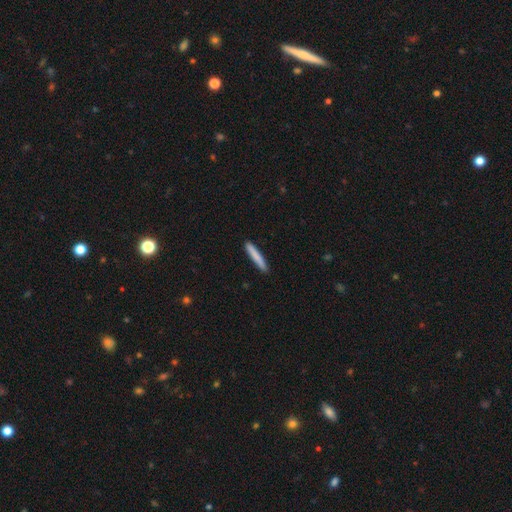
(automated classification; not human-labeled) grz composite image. It shows a smooth galaxy with no disk features (83%) that is cigar-shaped (94%). Merging: none (90%).